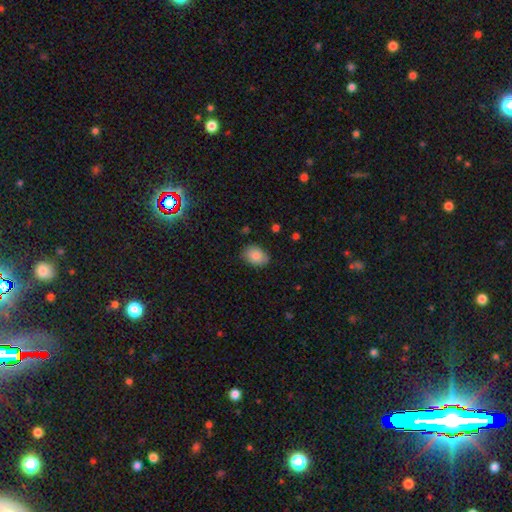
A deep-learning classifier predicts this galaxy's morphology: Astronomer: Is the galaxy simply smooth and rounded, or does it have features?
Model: smooth — 83%.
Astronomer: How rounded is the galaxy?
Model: in between — 74%.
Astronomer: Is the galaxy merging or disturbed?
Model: none — 82%.